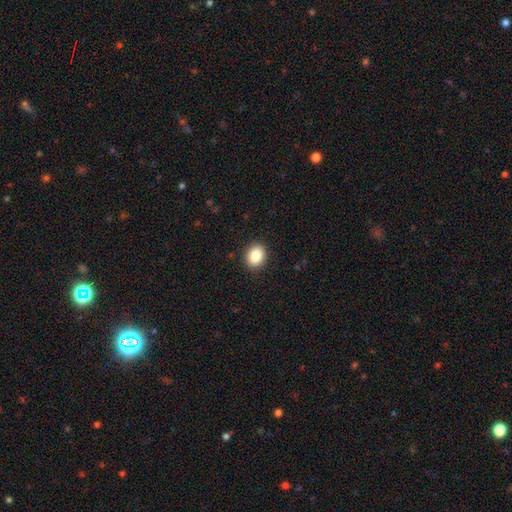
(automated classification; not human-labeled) Q: Smooth or featured?
A: smooth (87%); runner-up: star or artifact (8%)
Q: How rounded?
A: in between (56%); runner-up: round (43%)
Q: Merging?
A: none (91%); runner-up: minor disturbance (6%)